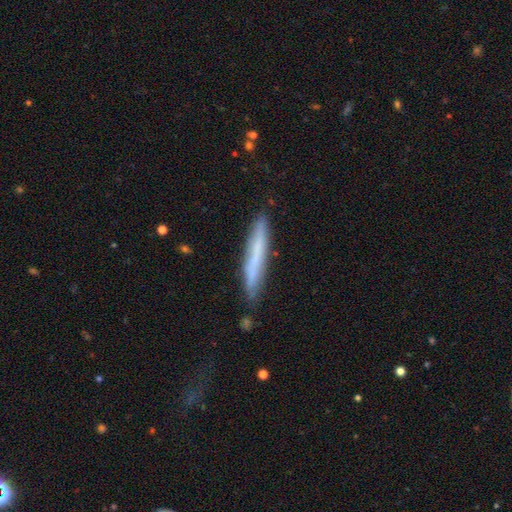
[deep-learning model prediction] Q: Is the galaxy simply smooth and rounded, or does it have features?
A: smooth — 58%.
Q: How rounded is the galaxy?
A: cigar-shaped — 95%.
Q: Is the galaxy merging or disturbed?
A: none — 80%.